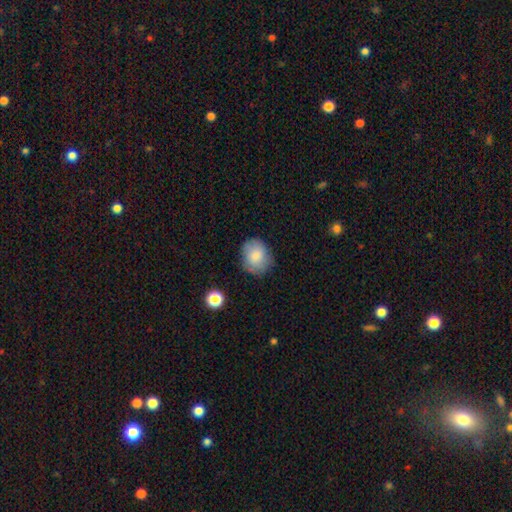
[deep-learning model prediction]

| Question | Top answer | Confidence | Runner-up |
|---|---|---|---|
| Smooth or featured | smooth | 82% | featured or disk (11%) |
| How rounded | round | 56% | in between (43%) |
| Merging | none | 76% | minor disturbance (18%) |